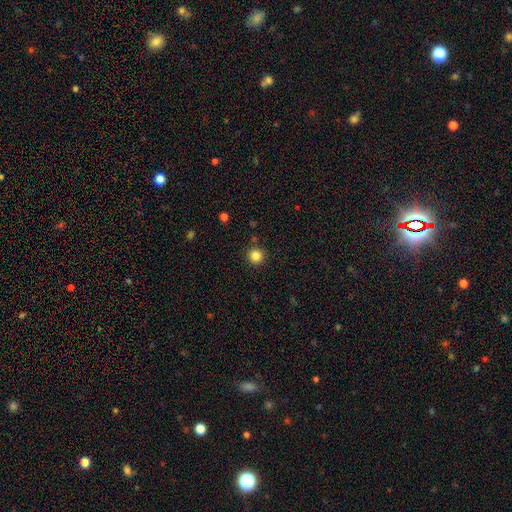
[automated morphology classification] Smooth or featured? Predicted: smooth (p=0.84). How rounded? Predicted: round (p=0.95). Merging? Predicted: none (p=0.90).